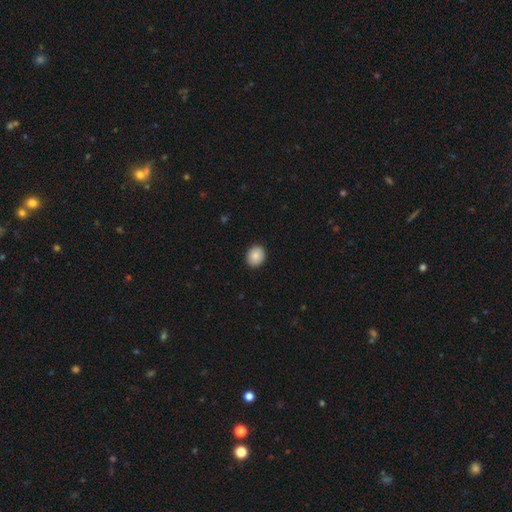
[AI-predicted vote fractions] smooth 87%, star or artifact 8%, featured or disk 5%. Down the decision tree: how rounded — round (64%); merging — none (90%).